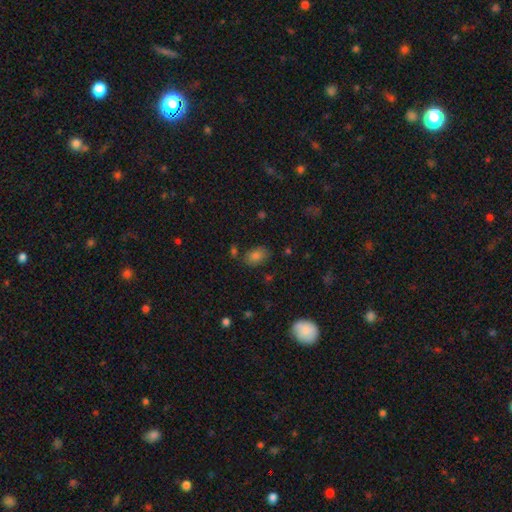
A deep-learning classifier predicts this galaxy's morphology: Smooth or featured?
  - smooth: 75% *
  - star or artifact: 16%
  - featured or disk: 9%
How rounded?
  - in between: 82% *
  - round: 16%
  - cigar-shaped: 2%
Merging?
  - none: 77% *
  - minor disturbance: 14%
  - merger: 5%
  - major disturbance: 4%